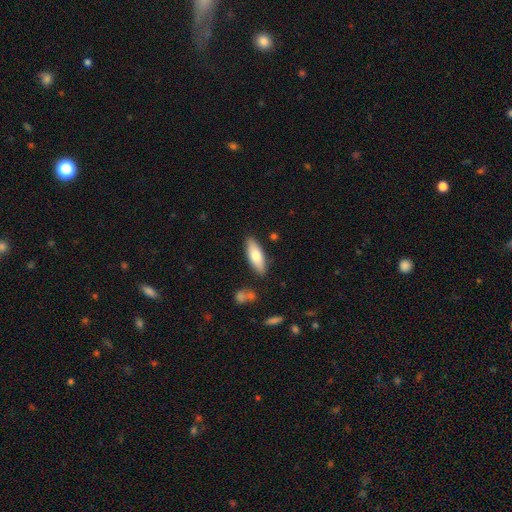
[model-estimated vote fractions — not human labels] Morphology: type=smooth (72%); roundness=in between (63%); merging=none (85%).